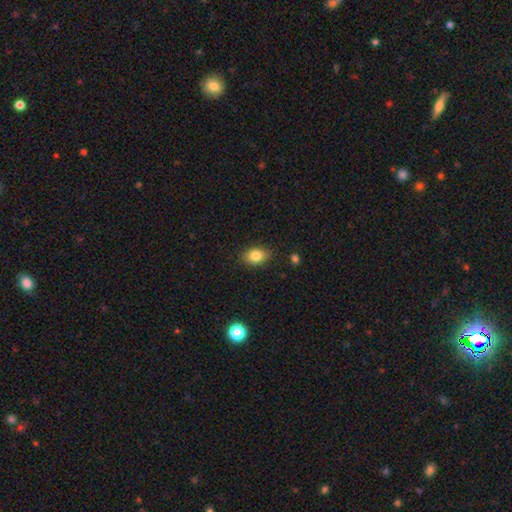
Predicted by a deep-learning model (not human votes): Smooth or featured? Predicted: smooth (p=0.82). How rounded? Predicted: in between (p=0.72). Merging? Predicted: none (p=0.84).